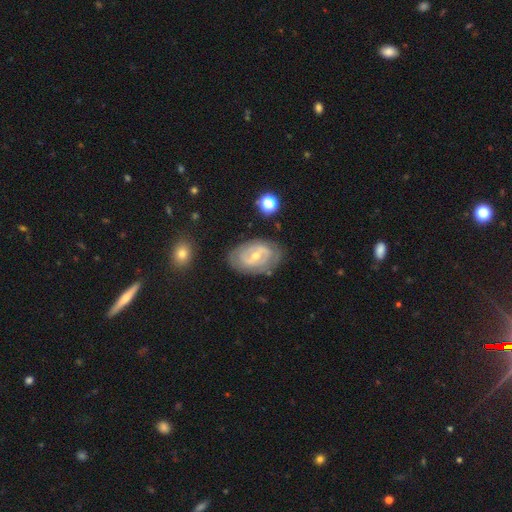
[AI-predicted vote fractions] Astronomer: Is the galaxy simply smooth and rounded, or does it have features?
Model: featured or disk — 79%.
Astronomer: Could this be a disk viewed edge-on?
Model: no — 95%.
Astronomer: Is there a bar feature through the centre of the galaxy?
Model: weak — 47% (runner-up: strong, 28%).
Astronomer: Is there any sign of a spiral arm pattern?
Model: yes — 77%.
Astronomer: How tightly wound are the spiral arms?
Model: tight — 58%.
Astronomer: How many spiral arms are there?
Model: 2 — 55%.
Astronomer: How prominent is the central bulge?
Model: small — 49% (runner-up: moderate, 48%).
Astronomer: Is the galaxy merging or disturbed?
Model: none — 76%.